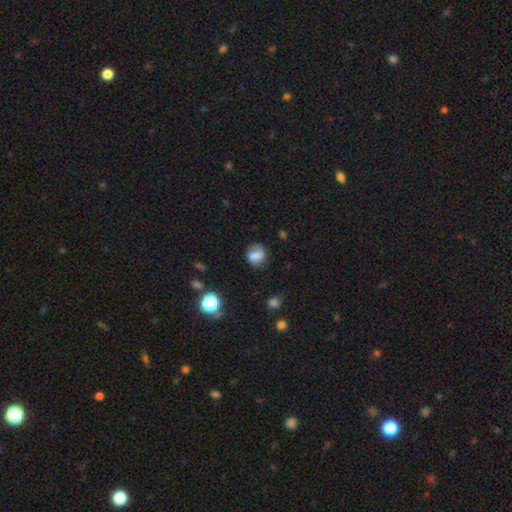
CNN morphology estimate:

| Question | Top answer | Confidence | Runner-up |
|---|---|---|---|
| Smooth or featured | smooth | 69% | featured or disk (20%) |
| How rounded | round | 61% | in between (37%) |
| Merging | none | 65% | minor disturbance (22%) |